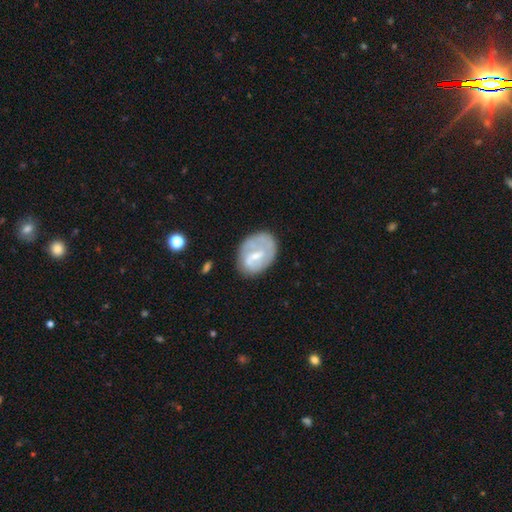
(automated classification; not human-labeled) The model was most divided on "bulge size": small: 49%, moderate: 33%, none: 14%, large: 3%, dominant: 1%. More confident: edge-on disk — no (97%); spiral arms — yes (61%); merging — none (60%); smooth or featured — featured or disk (57%); bar — weak (52%).